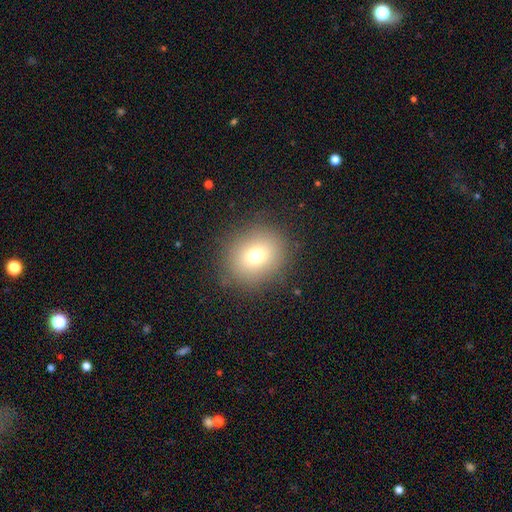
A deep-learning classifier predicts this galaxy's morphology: Smooth or featured?
  - smooth: 72% *
  - star or artifact: 15%
  - featured or disk: 13%
How rounded?
  - round: 75% *
  - in between: 24%
  - cigar-shaped: 1%
Merging?
  - none: 85% *
  - minor disturbance: 9%
  - major disturbance: 4%
  - merger: 1%